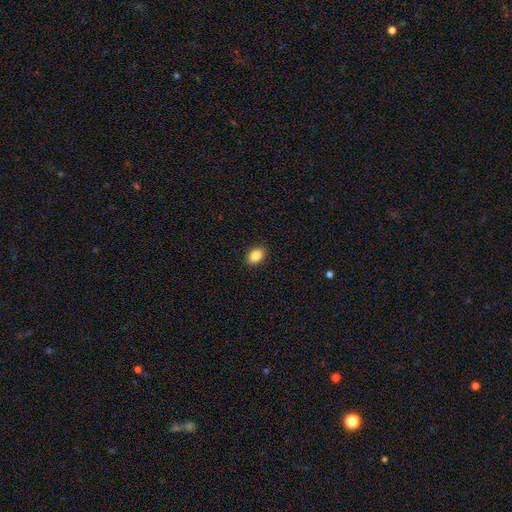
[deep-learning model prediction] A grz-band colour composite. It shows a smooth galaxy with no disk features (86%) that is in between round and cigar-shaped (76%). Merging: none (90%).